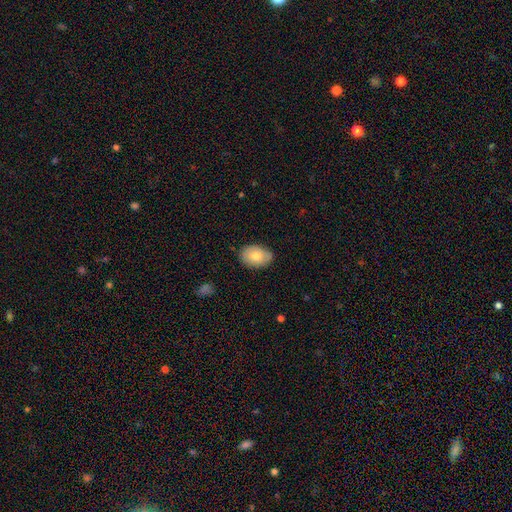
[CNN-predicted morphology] smooth 76%, featured or disk 17%, star or artifact 7%. Down the decision tree: how rounded — in between (82%); merging — none (80%).